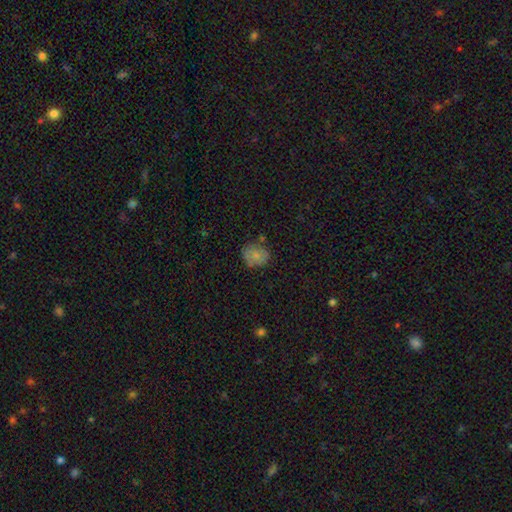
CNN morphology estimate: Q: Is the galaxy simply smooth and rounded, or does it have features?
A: smooth — 76%.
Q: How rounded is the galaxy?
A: round — 63%.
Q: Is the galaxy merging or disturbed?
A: none — 71%.